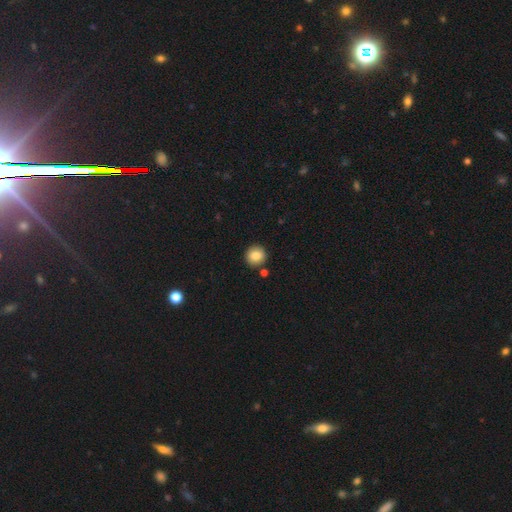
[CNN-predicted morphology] The model was most divided on "smooth or featured": smooth: 85%, star or artifact: 8%, featured or disk: 6%. More confident: how rounded — round (93%); merging — none (87%).